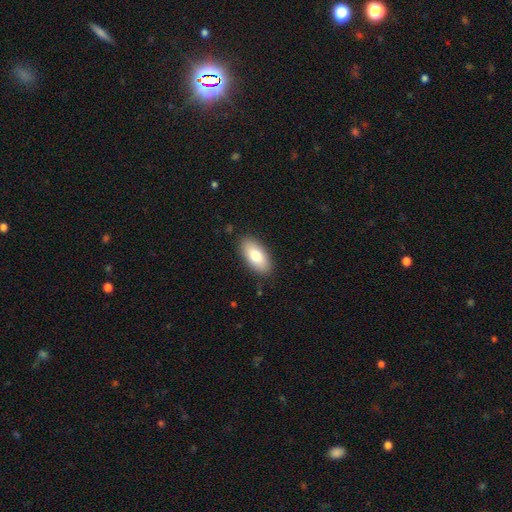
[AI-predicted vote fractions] Overall: smooth (79%). How rounded: in between (91%). Merging: none (87%).